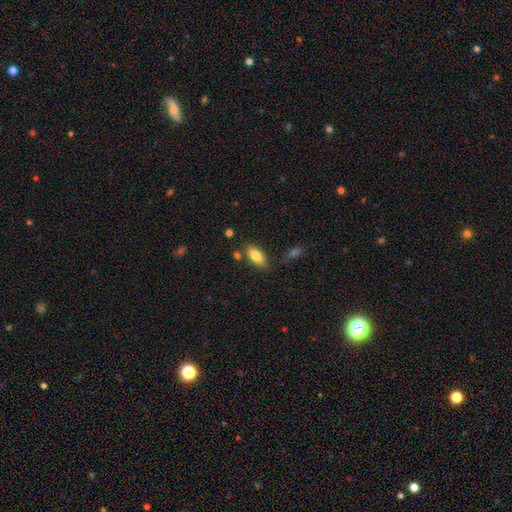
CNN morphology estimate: smooth_or_featured: smooth (p=0.83) [alt: featured or disk p=0.10]
how_rounded: in between (p=0.88) [alt: cigar-shaped p=0.10]
merging: none (p=0.75) [alt: minor disturbance p=0.15]